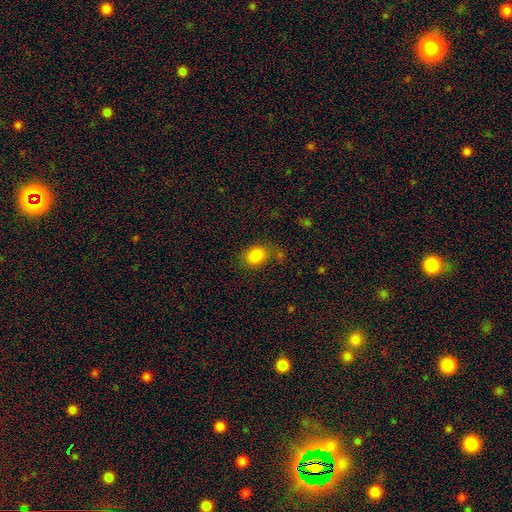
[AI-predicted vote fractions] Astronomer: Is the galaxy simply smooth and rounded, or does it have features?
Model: smooth — 84%.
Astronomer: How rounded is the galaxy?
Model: in between — 52% (runner-up: round, 47%).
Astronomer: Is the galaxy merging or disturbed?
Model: none — 68%.